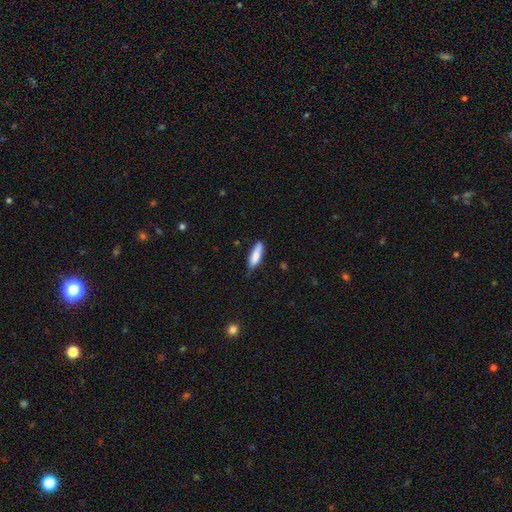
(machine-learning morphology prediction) This appears to be a smooth galaxy with no disk features (79%) that is cigar-shaped (57%). Merging: none (71%).